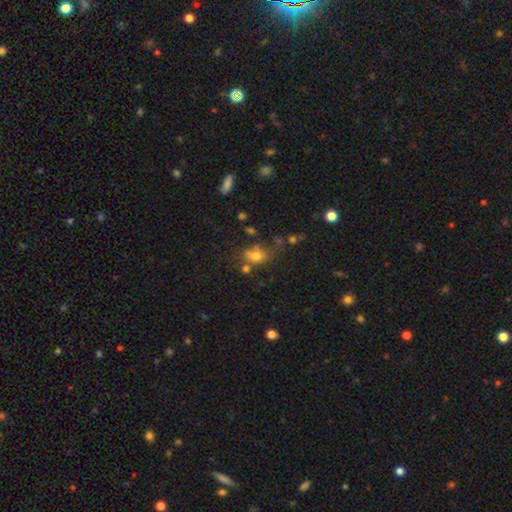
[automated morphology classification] Smooth or featured? smooth (71%)
How rounded? in between (58%)
Merging? none (47%)